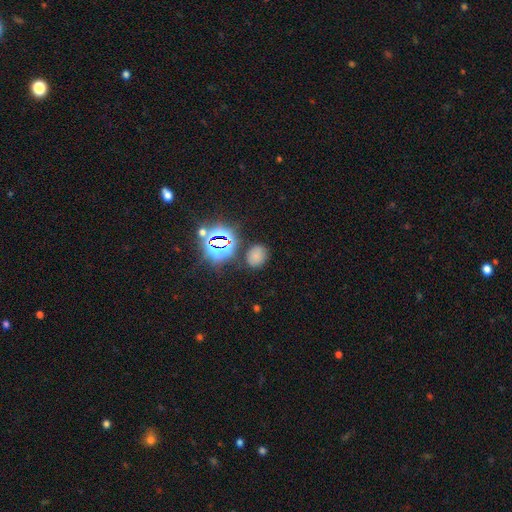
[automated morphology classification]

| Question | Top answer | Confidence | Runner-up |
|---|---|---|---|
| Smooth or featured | smooth | 64% | star or artifact (28%) |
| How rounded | in between | 54% | round (44%) |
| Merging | none | 79% | minor disturbance (13%) |